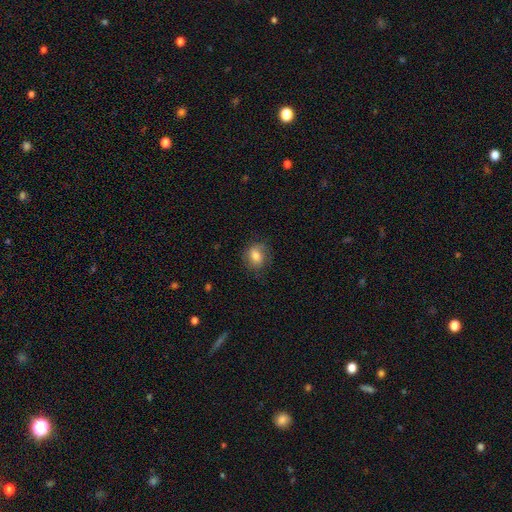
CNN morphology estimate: smooth-or-featured: smooth: 74% | featured or disk: 17% | star or artifact: 9%
  how-rounded: round: 58% | in between: 41% | cigar-shaped: 1%
  merging: none: 73% | minor disturbance: 19% | major disturbance: 7% | merger: 1%